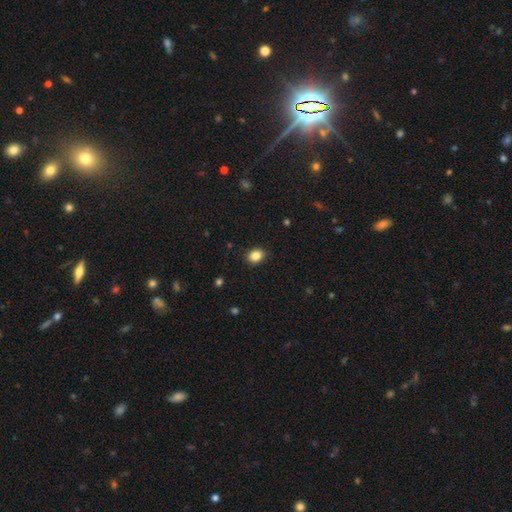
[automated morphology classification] This appears to be a smooth galaxy with no disk features (86%) that is in between round and cigar-shaped (59%). Merging: none (89%).